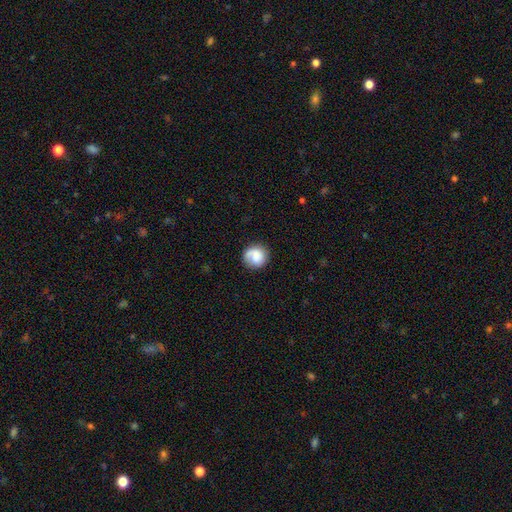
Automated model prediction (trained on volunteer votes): Morphology: type=smooth (64%); roundness=round (88%); merging=none (73%).